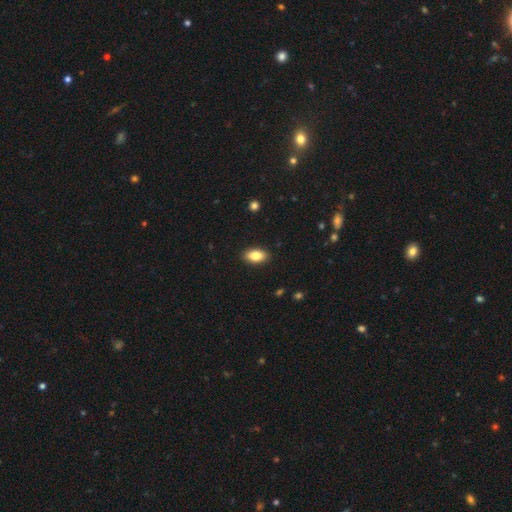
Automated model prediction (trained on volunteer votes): The model was most divided on "smooth or featured": smooth: 85%, featured or disk: 8%, star or artifact: 7%. More confident: how rounded — in between (92%); merging — none (90%).